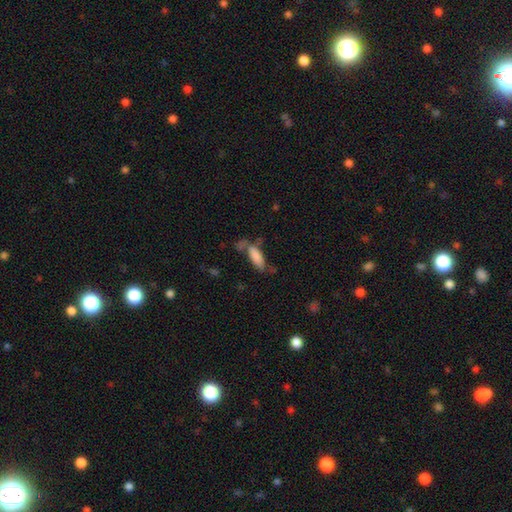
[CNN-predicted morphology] Q: Smooth or featured?
A: smooth (80%); runner-up: featured or disk (12%)
Q: How rounded?
A: in between (64%); runner-up: cigar-shaped (33%)
Q: Merging?
A: none (45%); runner-up: minor disturbance (23%)